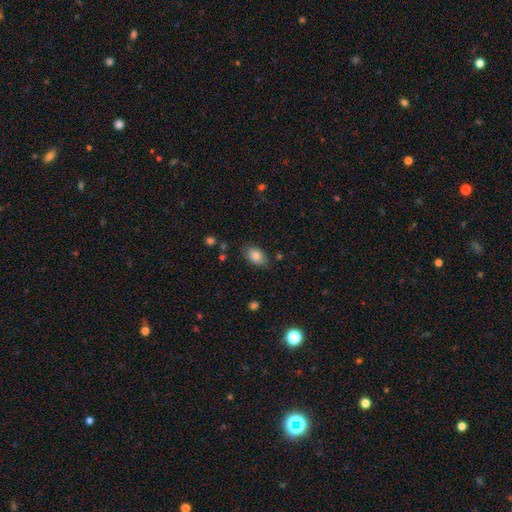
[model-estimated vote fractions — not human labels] smooth_or_featured: smooth (p=0.83) [alt: featured or disk p=0.09]
how_rounded: in between (p=0.87) [alt: round p=0.11]
merging: none (p=0.78) [alt: minor disturbance p=0.16]